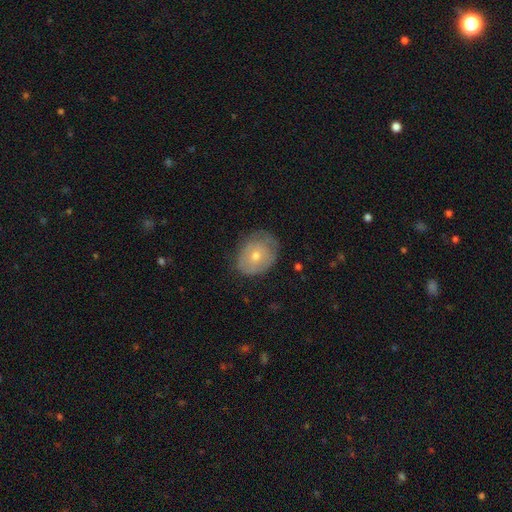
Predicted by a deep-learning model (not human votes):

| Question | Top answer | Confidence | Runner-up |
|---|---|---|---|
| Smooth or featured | smooth | 49% | featured or disk (43%) |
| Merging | none | 70% | minor disturbance (22%) |